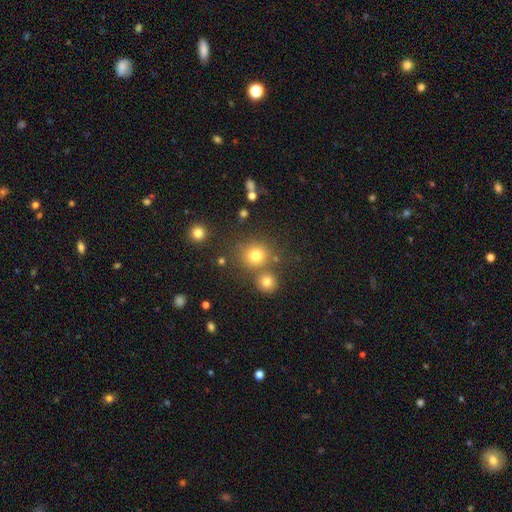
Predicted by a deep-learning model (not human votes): Morphology: type=smooth (76%); roundness=round (88%); merging=none (69%).